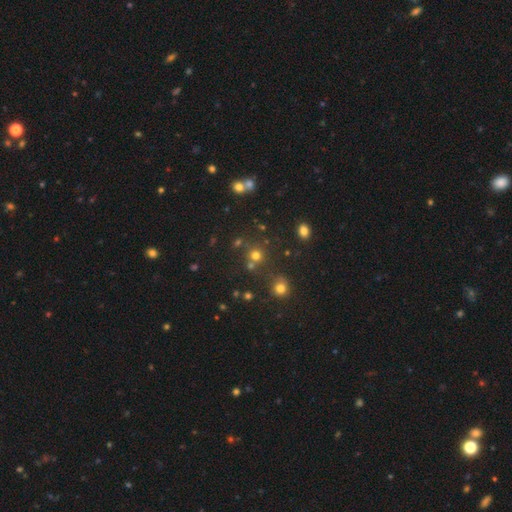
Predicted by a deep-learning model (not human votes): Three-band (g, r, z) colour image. It shows a smooth galaxy with no disk features (69%) that is round (91%). Merging: none (71%).